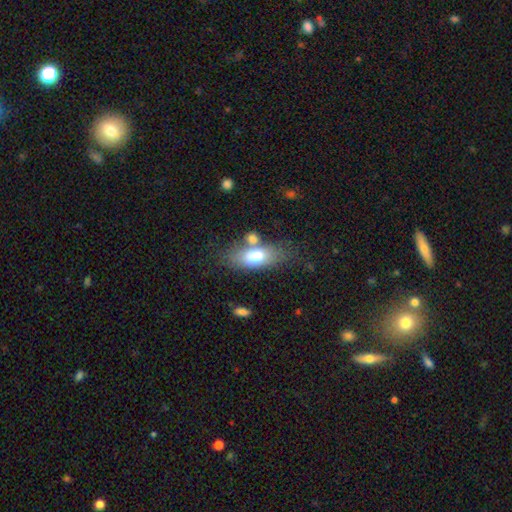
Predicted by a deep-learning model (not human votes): Morphology: type=smooth (70%); roundness=in between (81%); merging=none (54%).